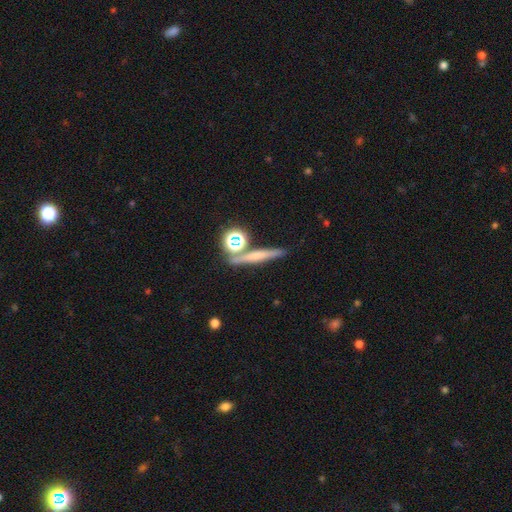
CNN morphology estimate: Smooth or featured? Predicted: smooth (p=0.46). Merging? Predicted: none (p=0.75).